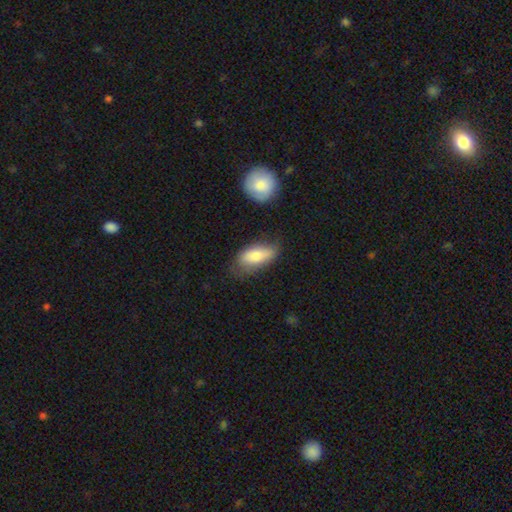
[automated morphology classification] smooth 76%, featured or disk 17%, star or artifact 6%. Down the decision tree: how rounded — in between (84%); merging — none (55%).